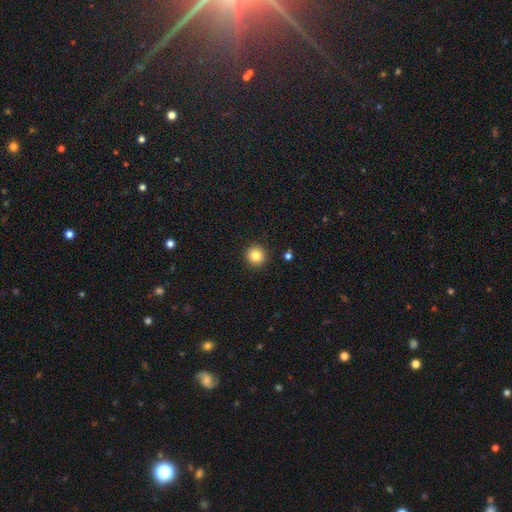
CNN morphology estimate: Smooth or featured? Predicted: smooth (p=0.85). How rounded? Predicted: round (p=0.94). Merging? Predicted: none (p=0.92).